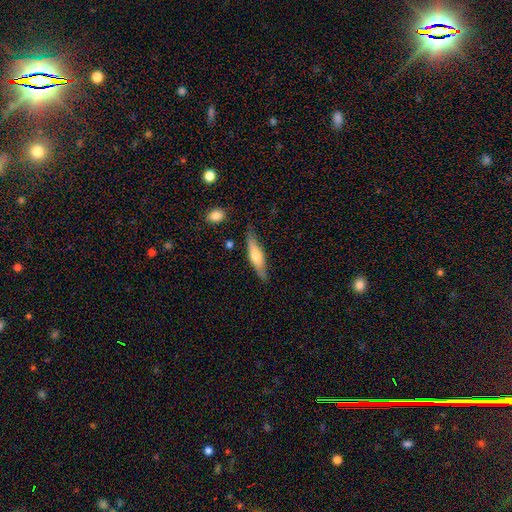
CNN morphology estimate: Overall: smooth (49%; featured or disk 45%). Merging: none (78%).